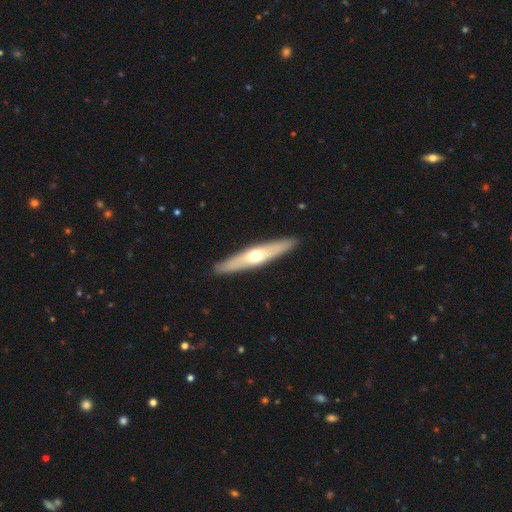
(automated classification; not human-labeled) Smooth or featured? Predicted: featured or disk (p=0.52). Edge-on disk? Predicted: yes (p=0.85). Merging? Predicted: none (p=0.90).